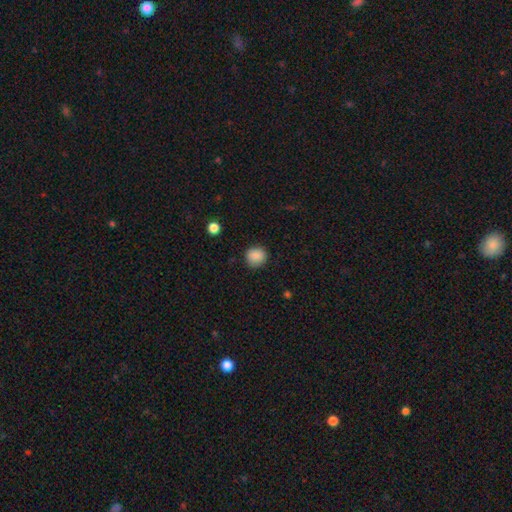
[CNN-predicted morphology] Q: Smooth or featured?
A: smooth (88%); runner-up: star or artifact (9%)
Q: How rounded?
A: round (89%); runner-up: in between (10%)
Q: Merging?
A: none (88%); runner-up: minor disturbance (8%)